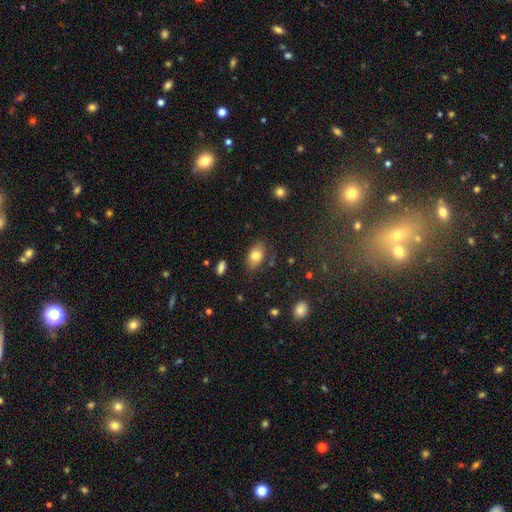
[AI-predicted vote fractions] smooth_or_featured: smooth (p=0.80) [alt: featured or disk p=0.12]
how_rounded: in between (p=0.88) [alt: round p=0.10]
merging: none (p=0.77) [alt: minor disturbance p=0.16]